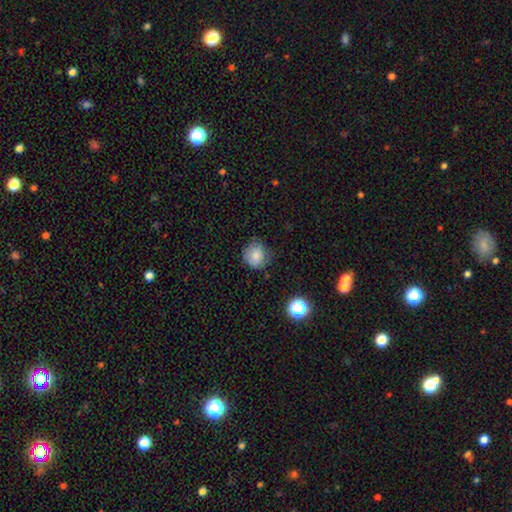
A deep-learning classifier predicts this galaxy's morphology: smooth_or_featured: smooth (p=0.80) [alt: star or artifact p=0.10]
how_rounded: round (p=0.81) [alt: in between p=0.18]
merging: none (p=0.64) [alt: minor disturbance p=0.27]